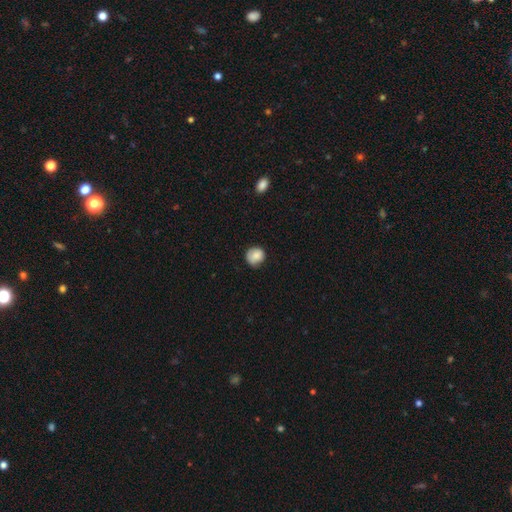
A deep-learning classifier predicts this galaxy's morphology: This appears to be a smooth galaxy with no disk features (83%) that is round (86%). Merging: none (72%).